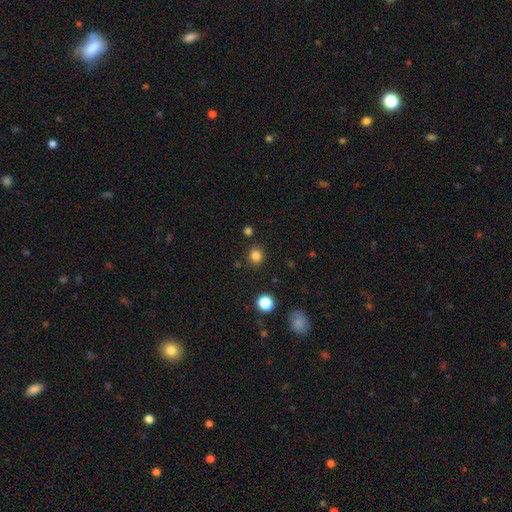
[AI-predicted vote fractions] A smooth galaxy with no disk features (83%) that is round (83%).

Vote fractions:
- Smooth or featured? smooth: 83% / star or artifact: 13% / featured or disk: 4%
- How rounded? round: 83% / in between: 16% / cigar-shaped: 1%
- Merging? none: 86% / minor disturbance: 8% / merger: 3% / major disturbance: 3%